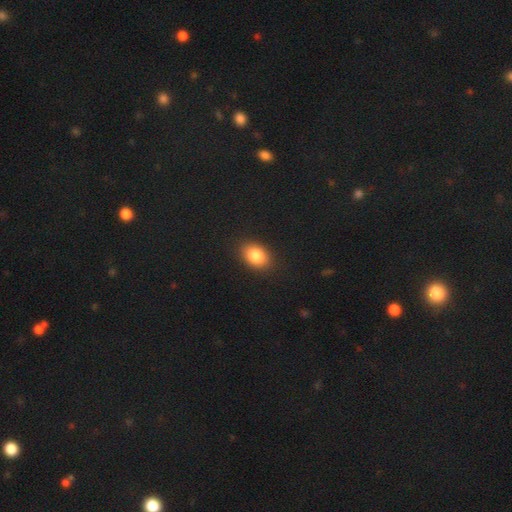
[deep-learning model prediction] Smooth or featured?
  - smooth: 84% *
  - star or artifact: 9%
  - featured or disk: 7%
How rounded?
  - in between: 73% *
  - round: 26%
  - cigar-shaped: 1%
Merging?
  - none: 89% *
  - minor disturbance: 8%
  - major disturbance: 2%
  - merger: 1%